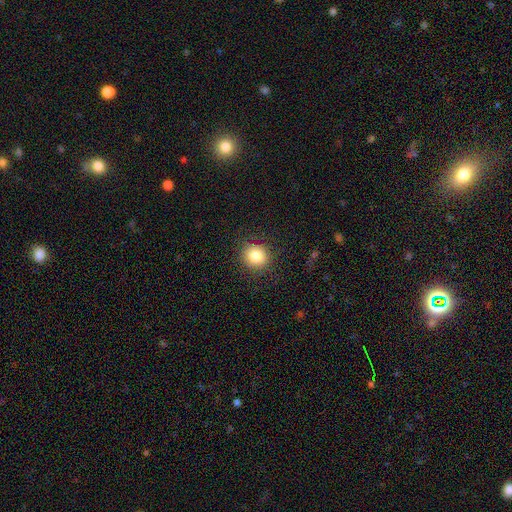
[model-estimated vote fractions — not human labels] Smooth or featured? smooth (84%)
How rounded? round (87%)
Merging? none (87%)